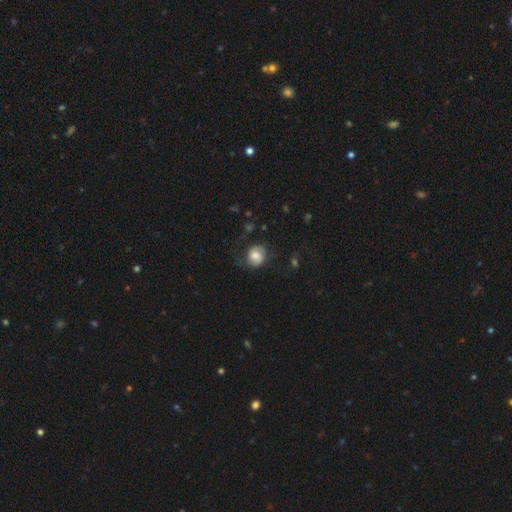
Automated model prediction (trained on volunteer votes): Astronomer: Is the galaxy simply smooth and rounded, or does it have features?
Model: smooth — 62%.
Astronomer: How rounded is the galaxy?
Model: round — 71%.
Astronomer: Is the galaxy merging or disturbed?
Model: none — 58%.